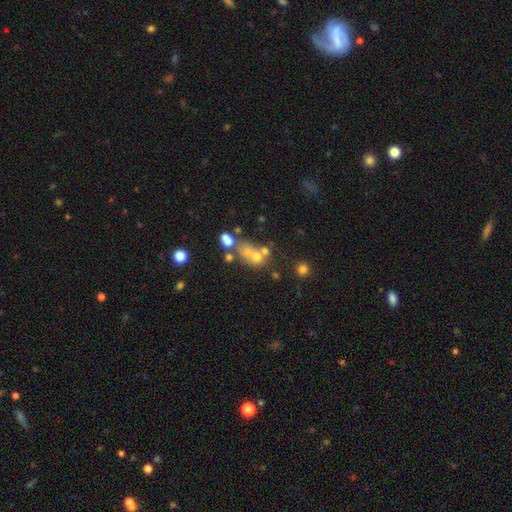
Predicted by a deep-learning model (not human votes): A smooth galaxy with no disk features (53%) that is round (59%). Merging: merger (50%).